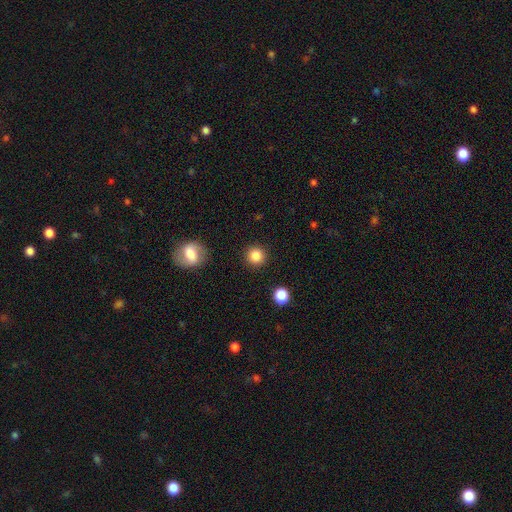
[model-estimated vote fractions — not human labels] Smooth or featured: smooth — 86% (star or artifact — 10%)
How rounded: round — 94% (in between — 6%)
Merging: none — 91% (minor disturbance — 5%)